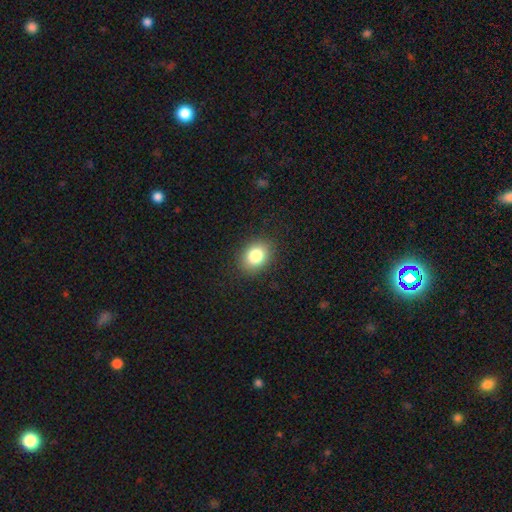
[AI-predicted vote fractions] A smooth galaxy with no disk features (83%) that is in between round and cigar-shaped (56%).

Vote fractions:
- Smooth or featured? smooth: 83% / star or artifact: 10% / featured or disk: 8%
- How rounded? in between: 56% / round: 43% / cigar-shaped: 1%
- Merging? none: 88% / minor disturbance: 9% / major disturbance: 3% / merger: 1%